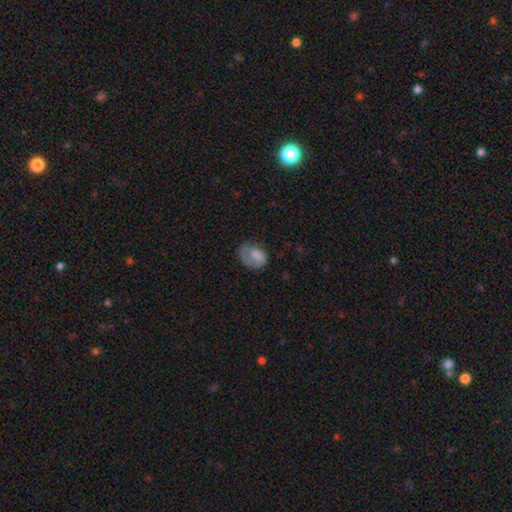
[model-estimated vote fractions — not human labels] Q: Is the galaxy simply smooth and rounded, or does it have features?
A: smooth — 62%.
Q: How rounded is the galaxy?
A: in between — 63%.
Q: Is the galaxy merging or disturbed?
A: none — 46%.